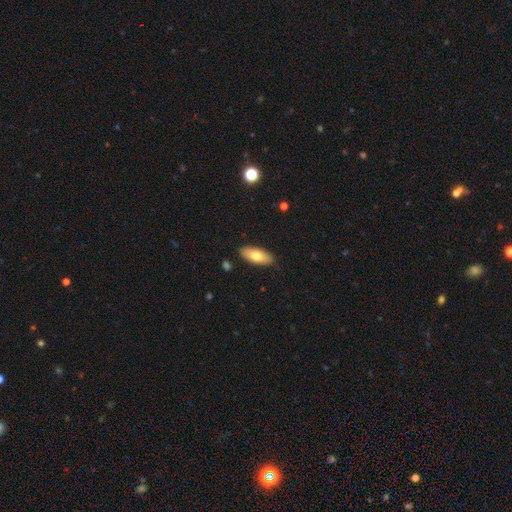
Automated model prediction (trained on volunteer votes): smooth_or_featured: smooth (p=0.72) [alt: featured or disk p=0.22]
how_rounded: in between (p=0.83) [alt: cigar-shaped p=0.14]
merging: none (p=0.88) [alt: minor disturbance p=0.09]